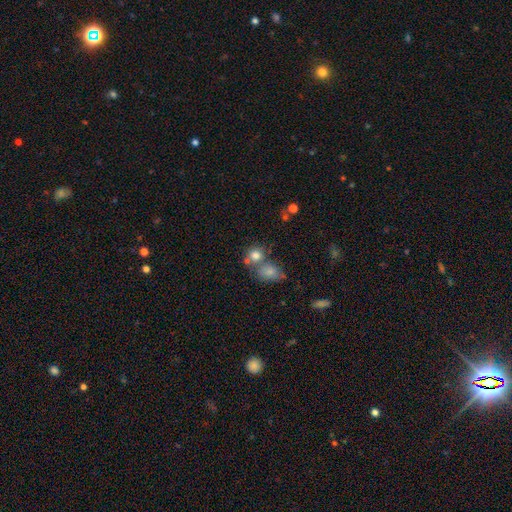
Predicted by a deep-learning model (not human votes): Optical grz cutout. It shows a smooth galaxy with no disk features (79%) that is round (74%). Merging: none (49%).